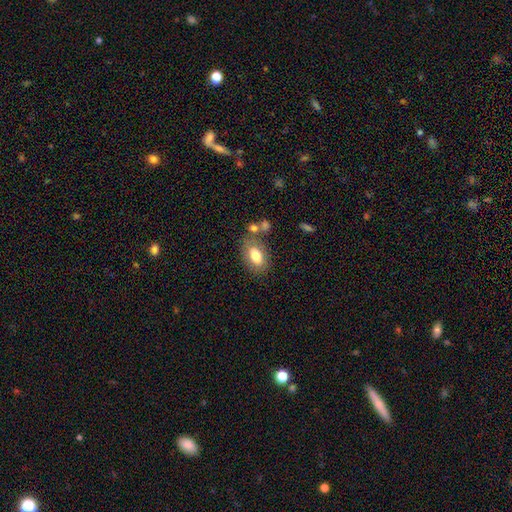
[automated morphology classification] A smooth galaxy with no disk features (75%) that is in between round and cigar-shaped (89%). Merging: none (67%).